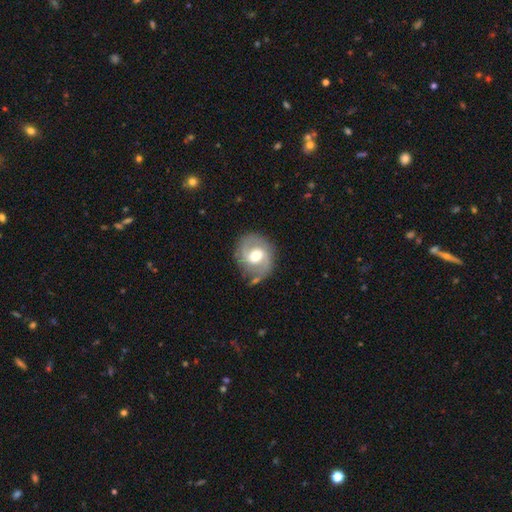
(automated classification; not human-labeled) Smooth or featured? Predicted: featured or disk (p=0.72). Edge-on disk? Predicted: no (p=0.97). Bar? Predicted: weak (p=0.51). Spiral arms? Predicted: yes (p=0.86). Spiral winding? Predicted: medium (p=0.50). Spiral arm count? Predicted: 2 (p=0.85). Bulge size? Predicted: moderate (p=0.68). Merging? Predicted: none (p=0.72).